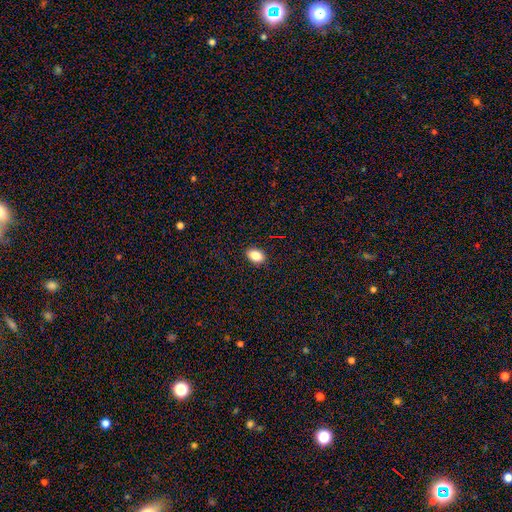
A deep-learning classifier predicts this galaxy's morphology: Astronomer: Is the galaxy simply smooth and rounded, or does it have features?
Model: smooth — 86%.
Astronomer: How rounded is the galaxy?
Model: in between — 84%.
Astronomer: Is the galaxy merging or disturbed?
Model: none — 90%.